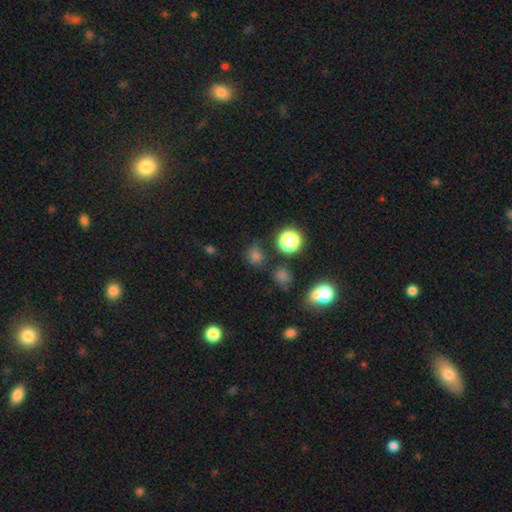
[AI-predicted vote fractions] Smooth or featured? smooth (69%)
How rounded? round (79%)
Merging? none (74%)